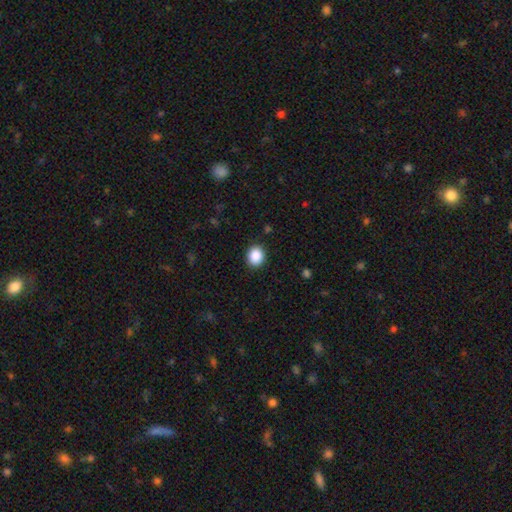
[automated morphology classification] This is clearly a smooth galaxy (89%). How rounded: likely round (68%). Merging: clearly none (89%).